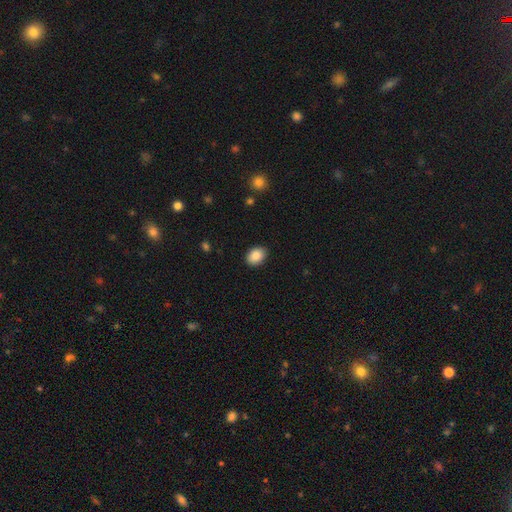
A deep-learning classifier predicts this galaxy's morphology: Smooth or featured? smooth (89%)
How rounded? in between (75%)
Merging? none (87%)